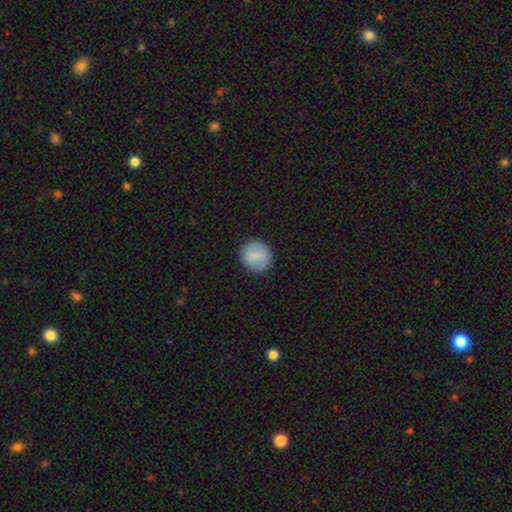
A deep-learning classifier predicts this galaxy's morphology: Q: Smooth or featured?
A: smooth (83%); runner-up: featured or disk (10%)
Q: How rounded?
A: round (92%); runner-up: in between (7%)
Q: Merging?
A: none (90%); runner-up: minor disturbance (7%)